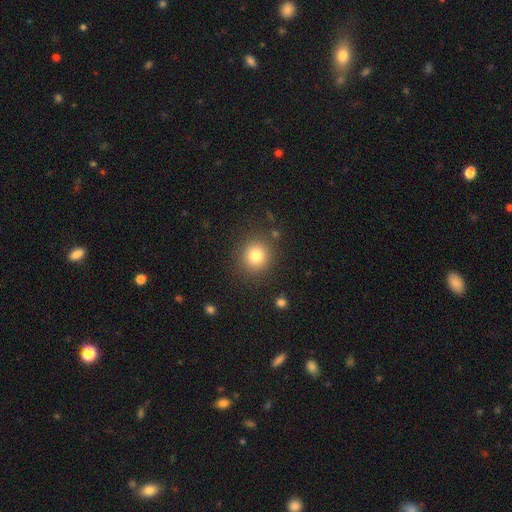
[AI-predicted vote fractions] Morphology: type=smooth (81%); roundness=round (87%); merging=none (86%).